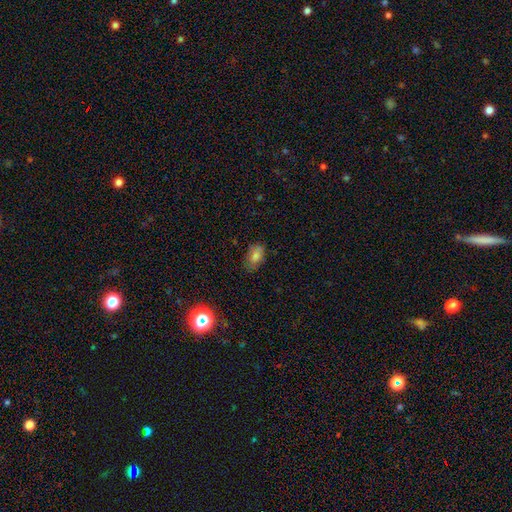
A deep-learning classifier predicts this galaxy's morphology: Q: Smooth or featured?
A: smooth (77%); runner-up: star or artifact (13%)
Q: How rounded?
A: in between (88%); runner-up: round (10%)
Q: Merging?
A: none (74%); runner-up: minor disturbance (20%)